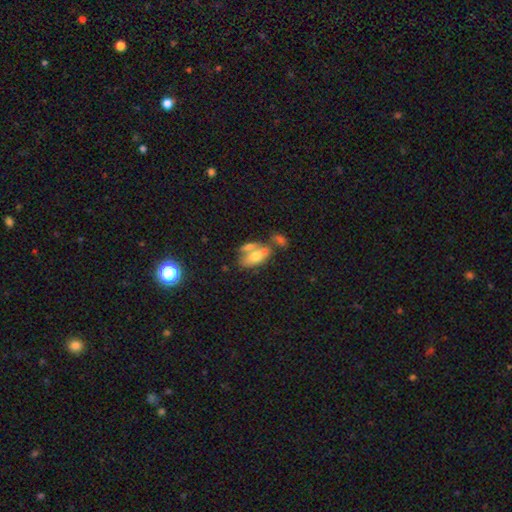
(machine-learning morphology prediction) smooth_or_featured: smooth (p=0.60) [alt: featured or disk p=0.31]
how_rounded: in between (p=0.87) [alt: round p=0.08]
merging: merger (p=0.46) [alt: none p=0.31]